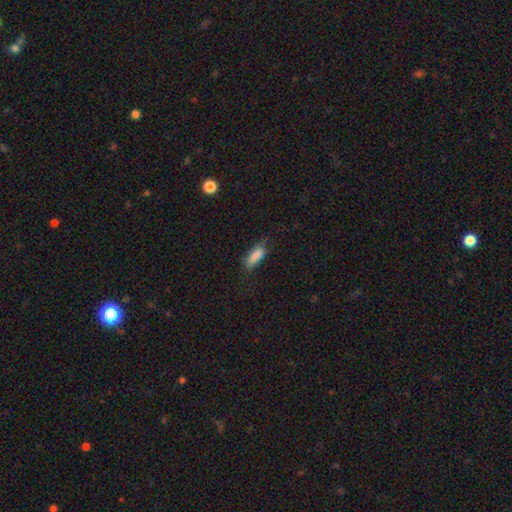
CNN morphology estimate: Smooth or featured: smooth — 82% (featured or disk — 10%)
How rounded: in between — 66% (cigar-shaped — 31%)
Merging: none — 54% (minor disturbance — 31%)